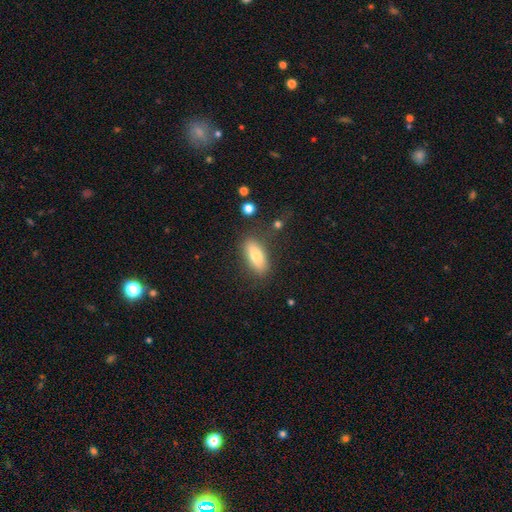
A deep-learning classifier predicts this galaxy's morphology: The model was most divided on "how rounded": in between: 74%, cigar-shaped: 23%, round: 3%. More confident: merging — none (81%); smooth or featured — smooth (76%).